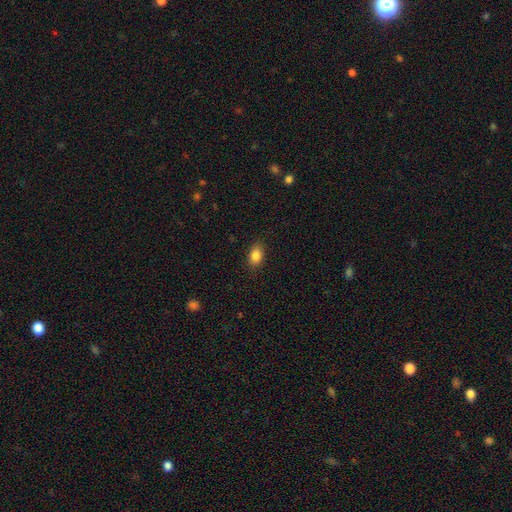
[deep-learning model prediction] A smooth galaxy with no disk features (85%) that is in between round and cigar-shaped (83%).

Vote fractions:
- Smooth or featured? smooth: 85% / star or artifact: 9% / featured or disk: 6%
- How rounded? in between: 83% / round: 15% / cigar-shaped: 2%
- Merging? none: 86% / minor disturbance: 10% / major disturbance: 3% / merger: 1%